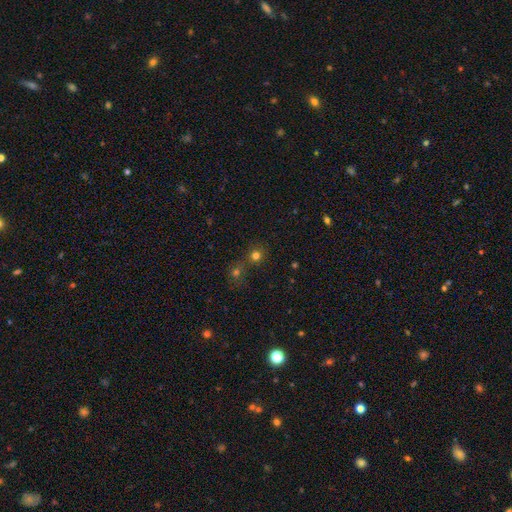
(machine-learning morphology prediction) Smooth or featured?
  - smooth: 72% *
  - star or artifact: 20%
  - featured or disk: 8%
How rounded?
  - round: 89% *
  - in between: 10%
  - cigar-shaped: 1%
Merging?
  - none: 57% *
  - merger: 33%
  - minor disturbance: 6%
  - major disturbance: 3%